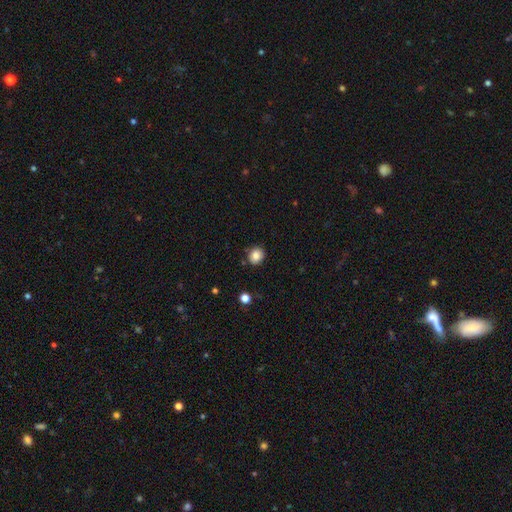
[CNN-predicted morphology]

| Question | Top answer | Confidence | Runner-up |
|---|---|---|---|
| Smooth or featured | smooth | 83% | star or artifact (10%) |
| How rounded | round | 76% | in between (23%) |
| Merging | none | 86% | minor disturbance (10%) |